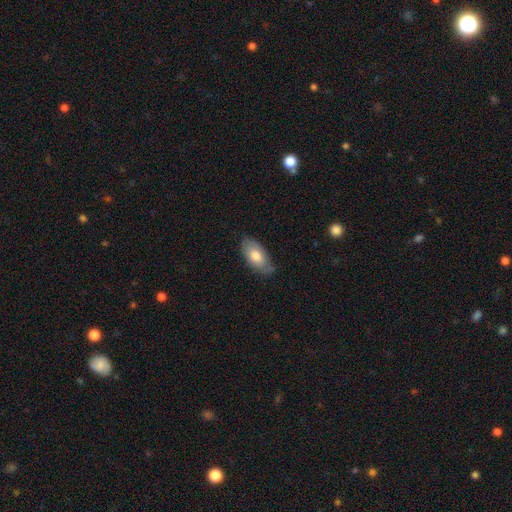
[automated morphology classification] Overall: smooth (72%). How rounded: in between (93%). Merging: none (72%).